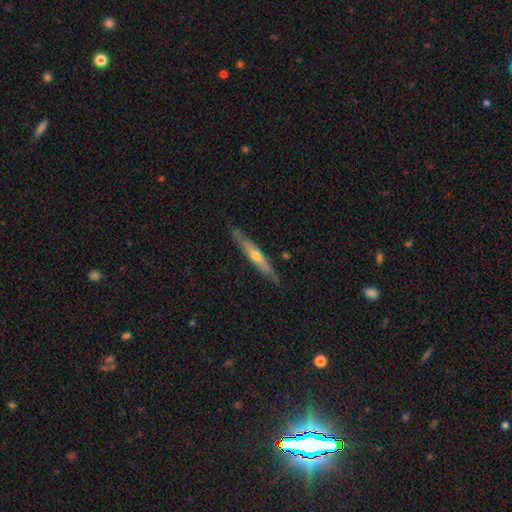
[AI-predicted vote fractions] This appears to be a featured or disk galaxy (64%) viewed edge-on (91%) with a rounded central bulge (75%). Merging: none (85%).